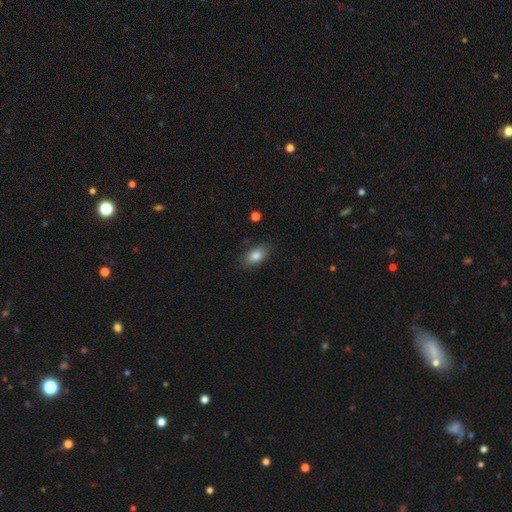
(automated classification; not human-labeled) A smooth galaxy with no disk features (83%) that is in between round and cigar-shaped (89%). Merging: none (86%).